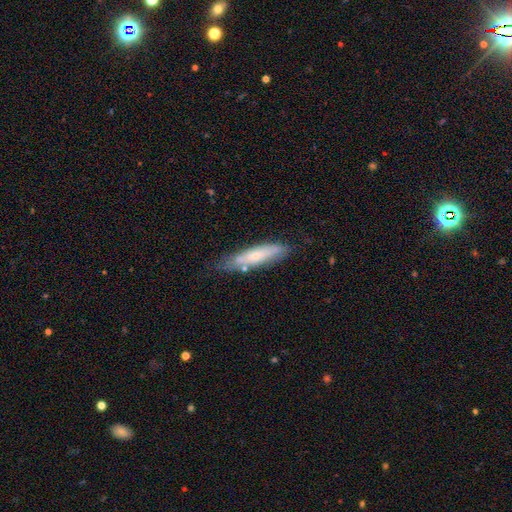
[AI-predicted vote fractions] Q: Smooth or featured?
A: smooth (58%); runner-up: featured or disk (35%)
Q: How rounded?
A: cigar-shaped (77%); runner-up: in between (21%)
Q: Merging?
A: none (68%); runner-up: minor disturbance (22%)